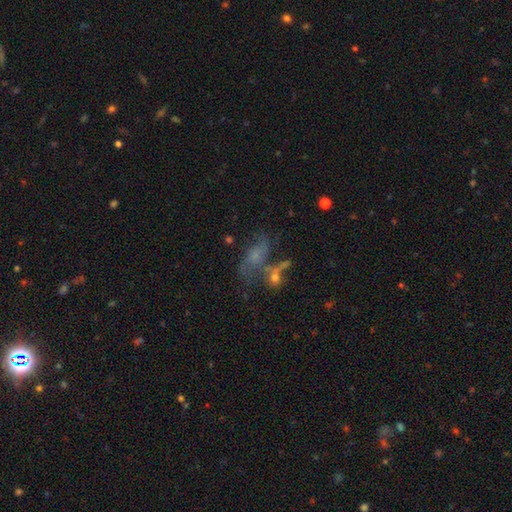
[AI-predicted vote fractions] Morphology: type=featured or disk (51%); edge-on=no (92%); merging=none (35%).